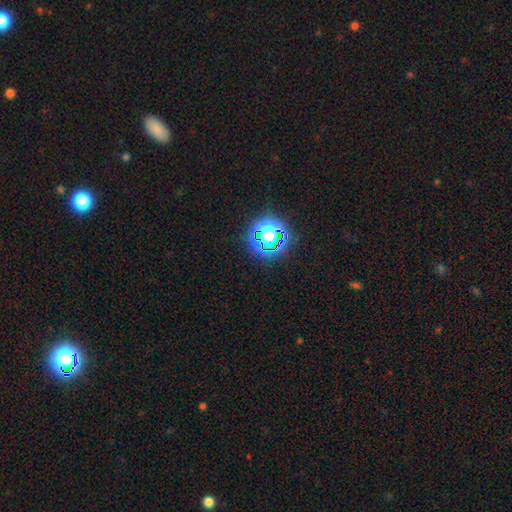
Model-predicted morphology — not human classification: type=star or artifact (75%).